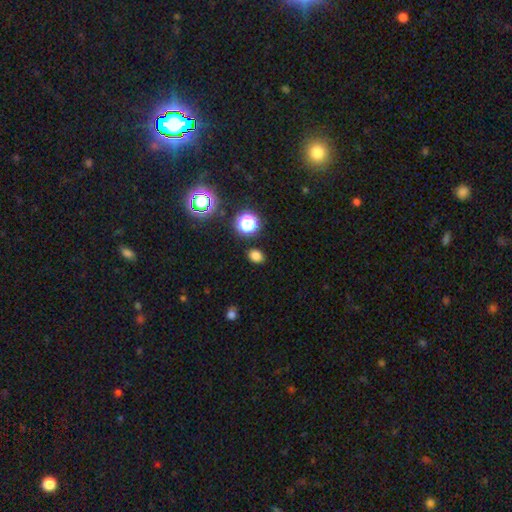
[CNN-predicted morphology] type=smooth (76%); roundness=in between (60%); merging=none (87%).